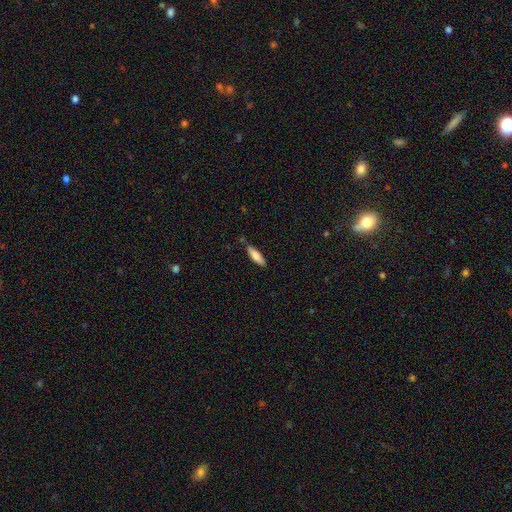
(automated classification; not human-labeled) Q: Smooth or featured?
A: smooth (78%); runner-up: featured or disk (16%)
Q: How rounded?
A: cigar-shaped (62%); runner-up: in between (37%)
Q: Merging?
A: none (77%); runner-up: minor disturbance (18%)